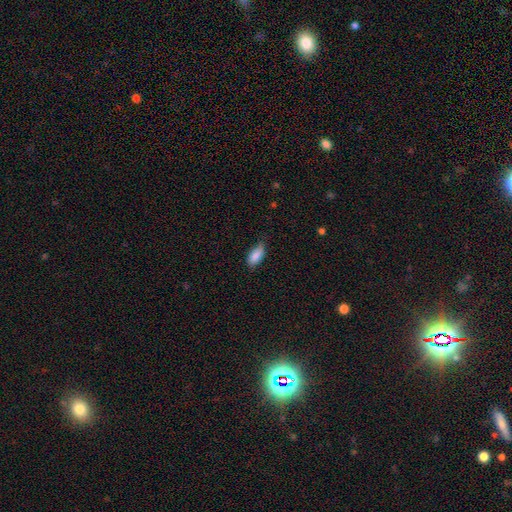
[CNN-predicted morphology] Overall: smooth (87%). How rounded: in between (89%). Merging: none (71%).